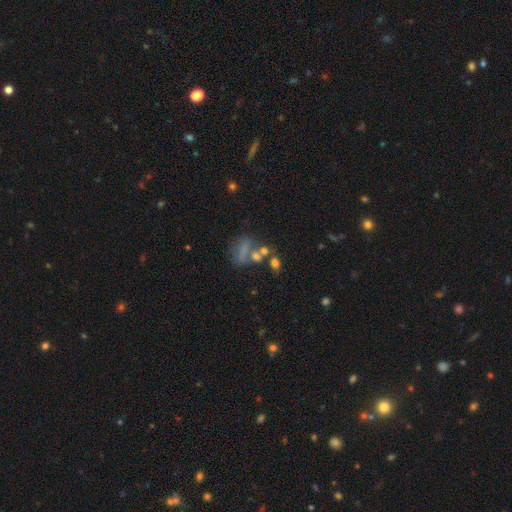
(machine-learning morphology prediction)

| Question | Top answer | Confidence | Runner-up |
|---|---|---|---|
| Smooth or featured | star or artifact | 35% | smooth (33%) |